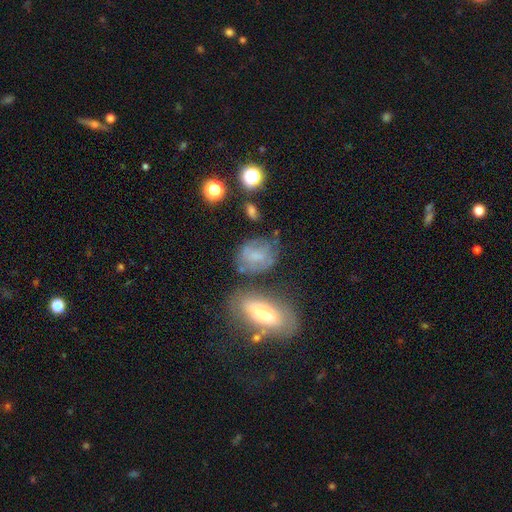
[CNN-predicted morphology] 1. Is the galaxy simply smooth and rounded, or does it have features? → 59% smooth, 29% featured or disk, 12% star or artifact.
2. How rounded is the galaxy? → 58% in between, 39% round, 2% cigar-shaped.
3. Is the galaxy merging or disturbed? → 54% none, 23% minor disturbance, 13% major disturbance, 9% merger.